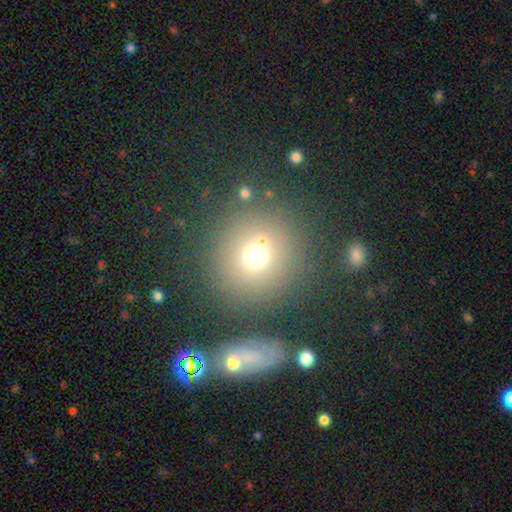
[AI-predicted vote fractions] Smooth or featured? smooth (67%)
How rounded? round (93%)
Merging? none (79%)